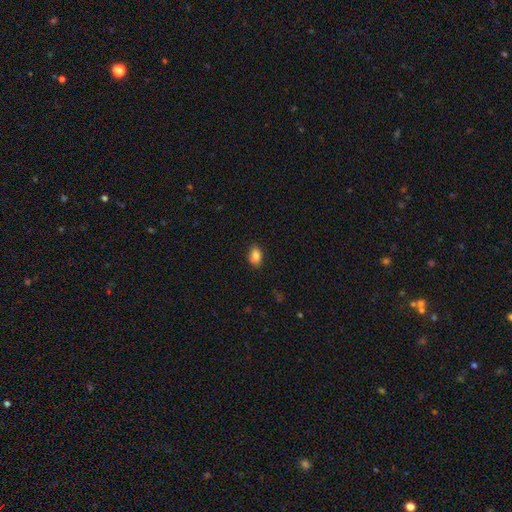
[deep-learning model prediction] Morphology: type=smooth (84%); roundness=in between (85%); merging=none (78%).